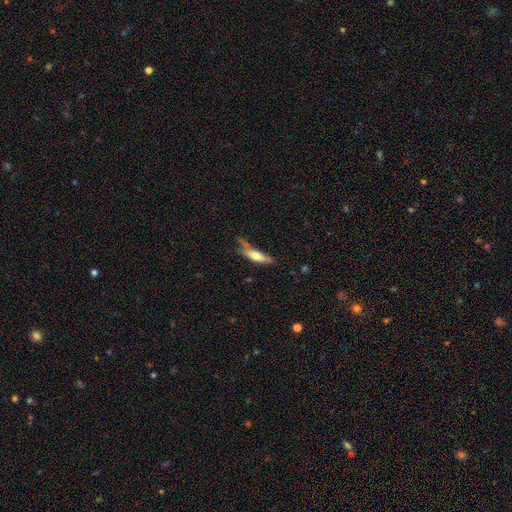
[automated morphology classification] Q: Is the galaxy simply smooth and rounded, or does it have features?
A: smooth — 55%.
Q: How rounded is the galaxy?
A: cigar-shaped — 68%.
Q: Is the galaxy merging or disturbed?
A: none — 53%.